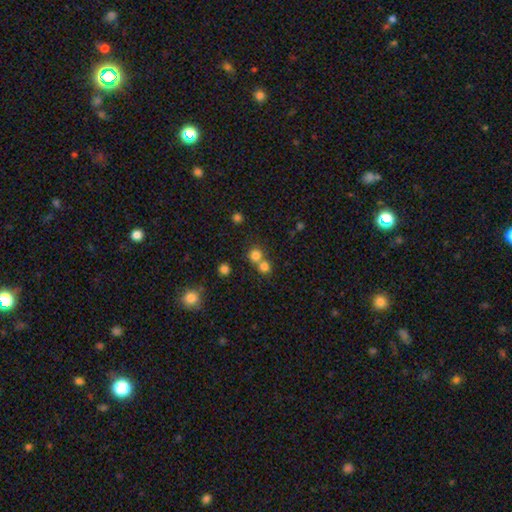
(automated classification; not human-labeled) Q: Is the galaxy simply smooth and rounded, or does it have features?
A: smooth — 77%.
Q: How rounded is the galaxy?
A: round — 90%.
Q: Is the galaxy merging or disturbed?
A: none — 53%.